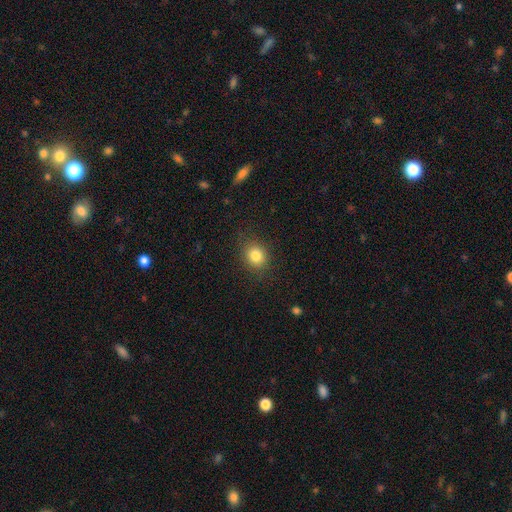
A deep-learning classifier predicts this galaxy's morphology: Smooth or featured: smooth — 83% (star or artifact — 11%)
How rounded: round — 68% (in between — 31%)
Merging: none — 85% (minor disturbance — 11%)